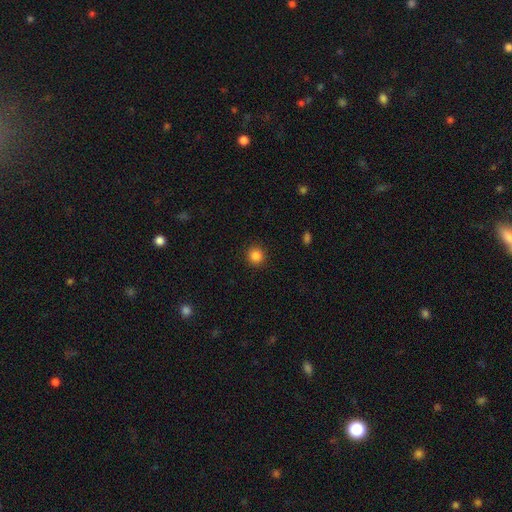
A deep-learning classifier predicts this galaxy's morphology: smooth 86%, star or artifact 11%, featured or disk 4%. Down the decision tree: how rounded — round (94%); merging — none (92%).